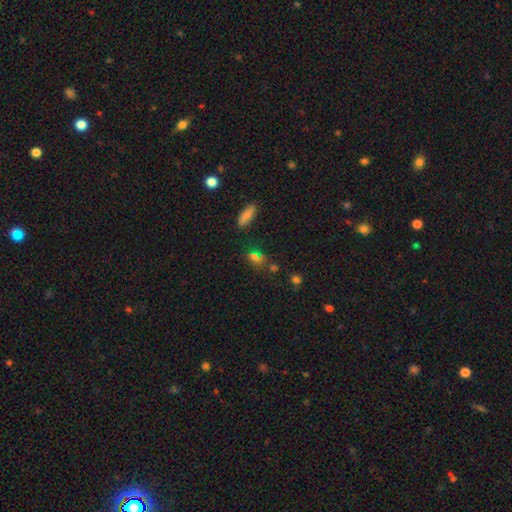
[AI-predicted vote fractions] Smooth or featured?
  - smooth: 60% *
  - star or artifact: 29%
  - featured or disk: 11%
How rounded?
  - in between: 63% *
  - round: 30%
  - cigar-shaped: 7%
Merging?
  - none: 66% *
  - minor disturbance: 15%
  - merger: 12%
  - major disturbance: 7%